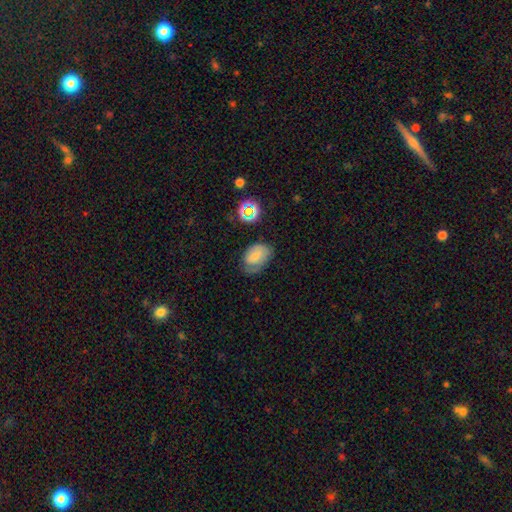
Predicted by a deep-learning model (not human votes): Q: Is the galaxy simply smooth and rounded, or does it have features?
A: smooth — 56%.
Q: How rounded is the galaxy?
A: in between — 80%.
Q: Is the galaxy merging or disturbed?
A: none — 53%.